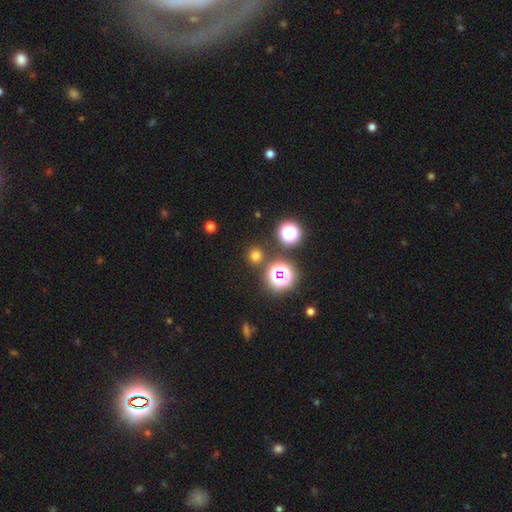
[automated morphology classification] The model was most divided on "smooth or featured": smooth: 68%, star or artifact: 27%, featured or disk: 5%. More confident: how rounded — round (91%); merging — none (86%).